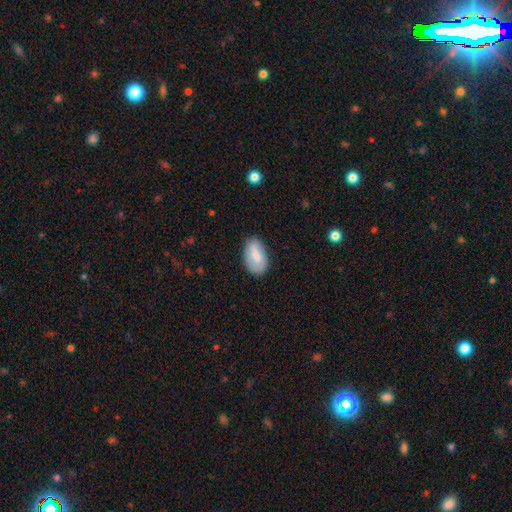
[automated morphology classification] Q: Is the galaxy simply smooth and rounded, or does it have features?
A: smooth — 66%.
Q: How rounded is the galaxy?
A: in between — 92%.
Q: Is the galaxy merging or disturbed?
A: none — 80%.